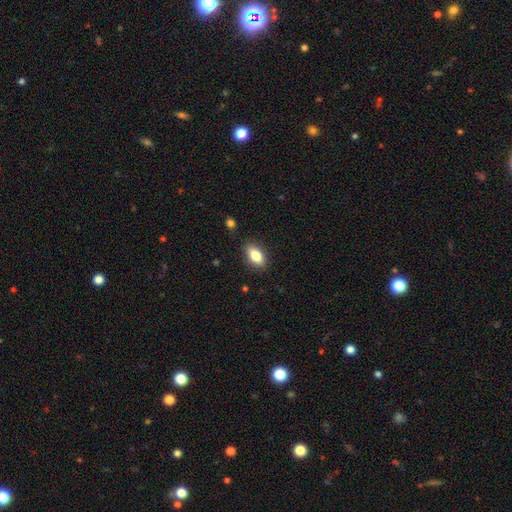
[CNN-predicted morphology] Smooth or featured: smooth — 81% (featured or disk — 12%)
How rounded: in between — 87% (cigar-shaped — 7%)
Merging: none — 86% (minor disturbance — 10%)